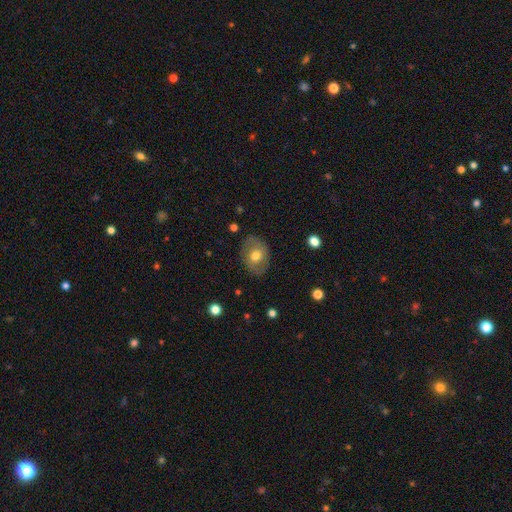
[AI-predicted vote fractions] This appears to be a smooth galaxy with no disk features (59%) that is in between round and cigar-shaped (58%). Merging: none (80%).